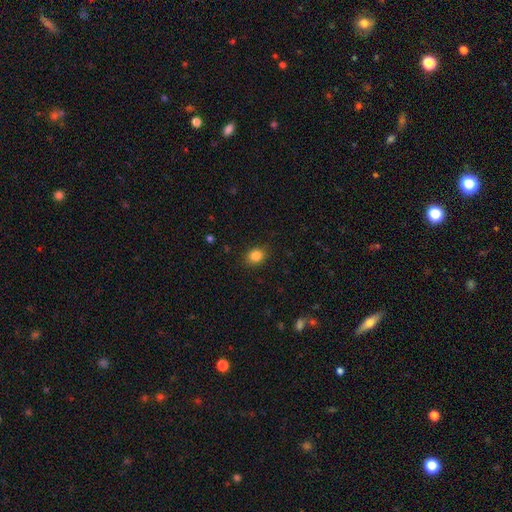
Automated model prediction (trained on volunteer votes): This appears to be a smooth galaxy with no disk features (84%) that is round (54%). Merging: none (88%).